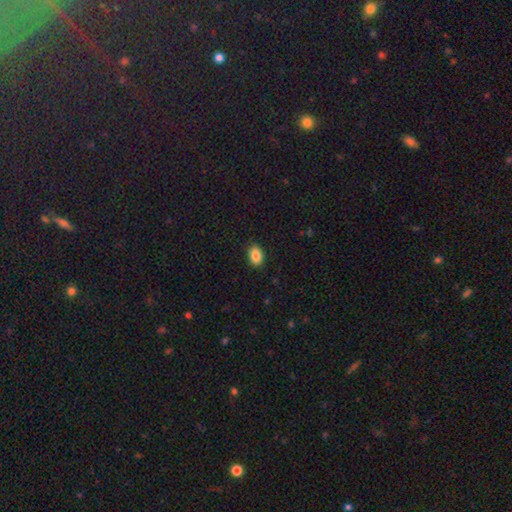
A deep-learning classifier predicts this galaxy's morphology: smooth_or_featured: smooth (p=0.86) [alt: star or artifact p=0.08]
how_rounded: in between (p=0.84) [alt: round p=0.15]
merging: none (p=0.89) [alt: minor disturbance p=0.08]